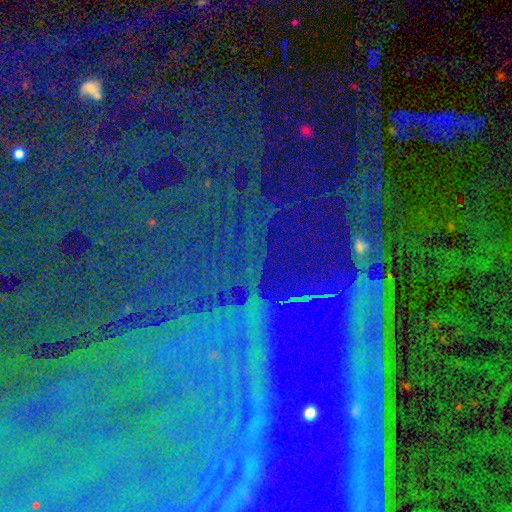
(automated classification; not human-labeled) Smooth or featured?
  - star or artifact: 84% *
  - featured or disk: 9%
  - smooth: 8%